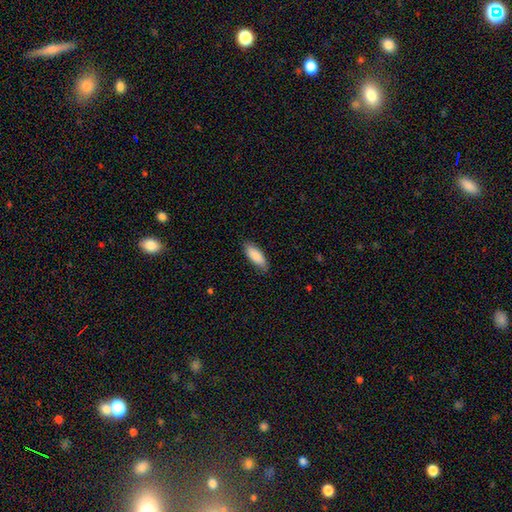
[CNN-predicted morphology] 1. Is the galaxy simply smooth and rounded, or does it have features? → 85% smooth, 9% featured or disk, 6% star or artifact.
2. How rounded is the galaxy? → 74% in between, 24% cigar-shaped, 2% round.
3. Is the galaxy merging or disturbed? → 82% none, 15% minor disturbance, 2% major disturbance, 1% merger.